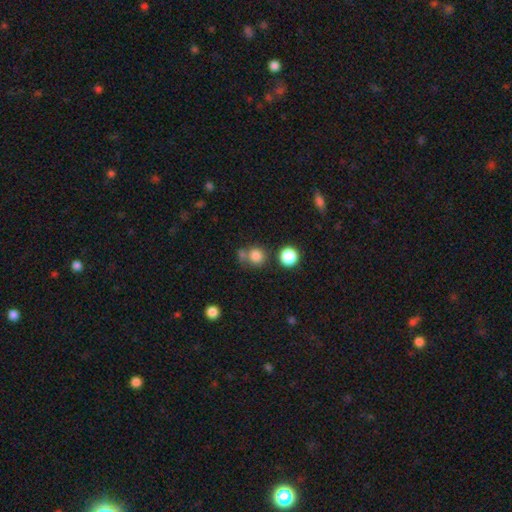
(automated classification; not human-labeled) Smooth or featured? Predicted: smooth (p=0.80). How rounded? Predicted: round (p=0.88). Merging? Predicted: none (p=0.63).